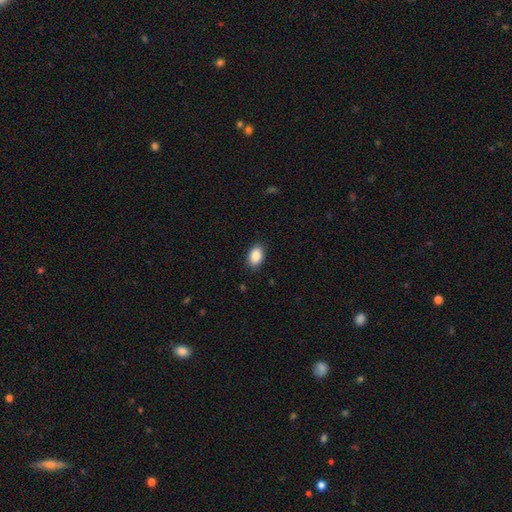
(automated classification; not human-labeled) The model was most divided on "how rounded": in between: 88%, round: 11%, cigar-shaped: 1%. More confident: smooth or featured — smooth (89%); merging — none (88%).